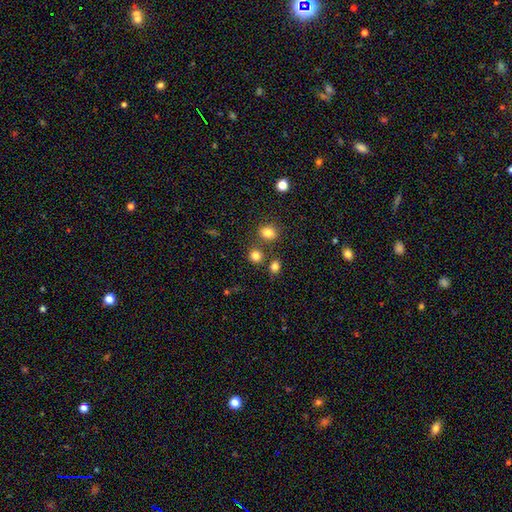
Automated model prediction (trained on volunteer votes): The model was most divided on "merging": none: 74%, merger: 14%, minor disturbance: 9%, major disturbance: 3%. More confident: smooth or featured — smooth (81%); how rounded — round (80%).